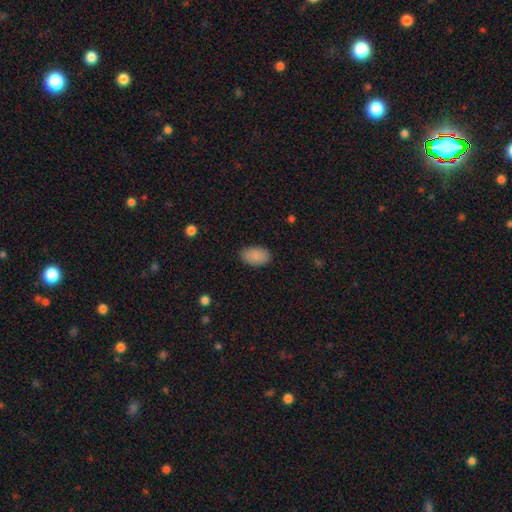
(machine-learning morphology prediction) Smooth or featured?
  - smooth: 89% *
  - star or artifact: 7%
  - featured or disk: 4%
How rounded?
  - in between: 92% *
  - round: 6%
  - cigar-shaped: 1%
Merging?
  - none: 87% *
  - minor disturbance: 10%
  - major disturbance: 2%
  - merger: 1%